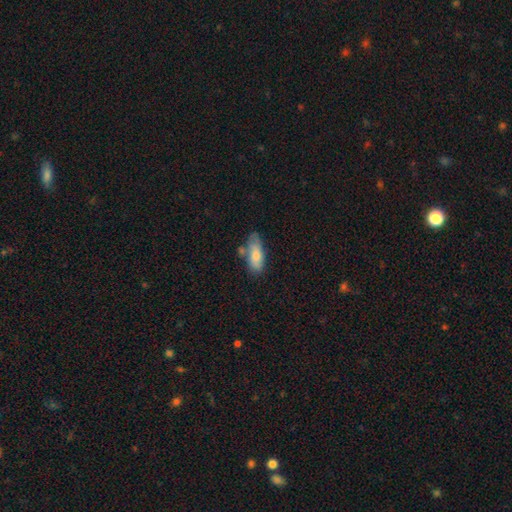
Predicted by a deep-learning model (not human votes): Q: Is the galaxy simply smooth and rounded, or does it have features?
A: smooth — 70%.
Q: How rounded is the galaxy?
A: in between — 79%.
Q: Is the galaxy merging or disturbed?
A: none — 51%.